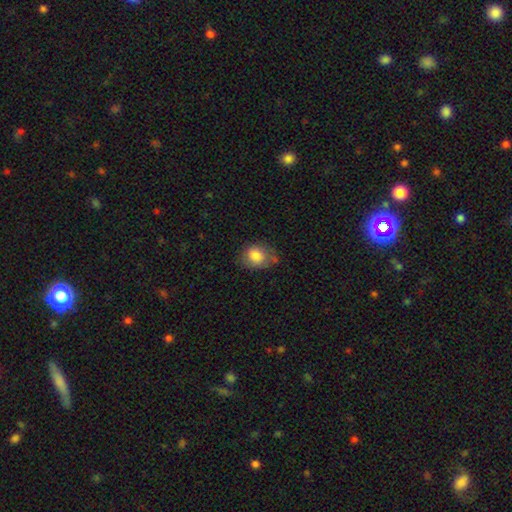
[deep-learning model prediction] Smooth or featured?
  - smooth: 83% *
  - featured or disk: 9%
  - star or artifact: 8%
How rounded?
  - round: 53% *
  - in between: 46%
  - cigar-shaped: 1%
Merging?
  - none: 61% *
  - minor disturbance: 28%
  - major disturbance: 7%
  - merger: 4%